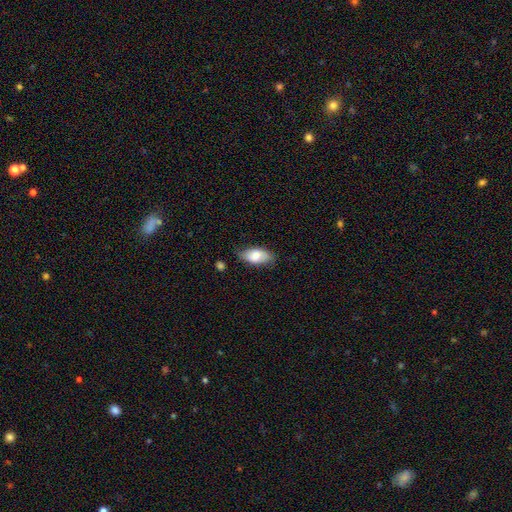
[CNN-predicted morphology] A smooth galaxy with no disk features (75%) that is in between round and cigar-shaped (91%). Merging: none (69%).